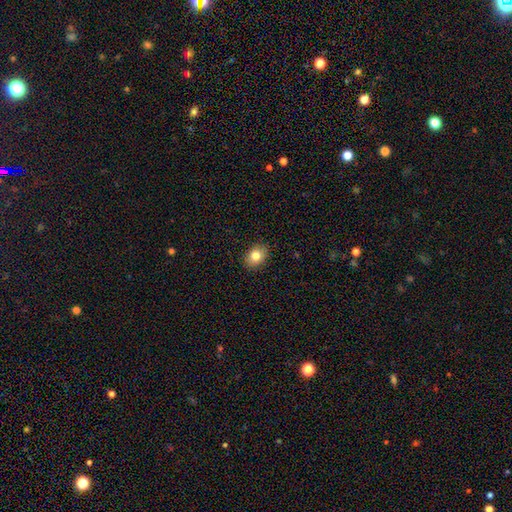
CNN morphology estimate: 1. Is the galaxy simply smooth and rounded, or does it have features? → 81% smooth, 10% featured or disk, 10% star or artifact.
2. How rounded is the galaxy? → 60% in between, 39% round, 1% cigar-shaped.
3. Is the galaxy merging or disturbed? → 89% none, 8% minor disturbance, 2% major disturbance, 1% merger.